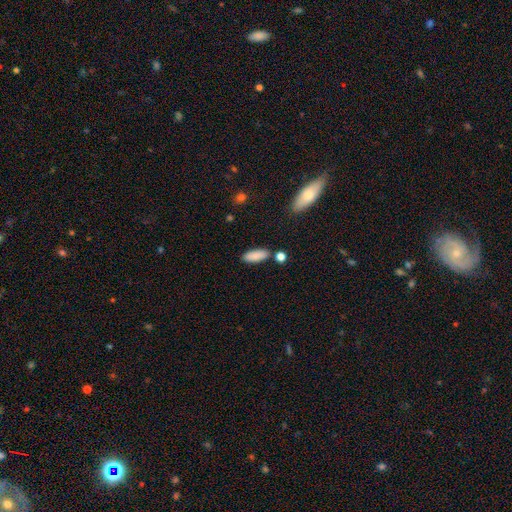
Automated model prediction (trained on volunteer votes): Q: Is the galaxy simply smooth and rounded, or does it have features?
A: smooth — 87%.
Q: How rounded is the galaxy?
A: in between — 70%.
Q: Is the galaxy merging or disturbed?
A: none — 80%.